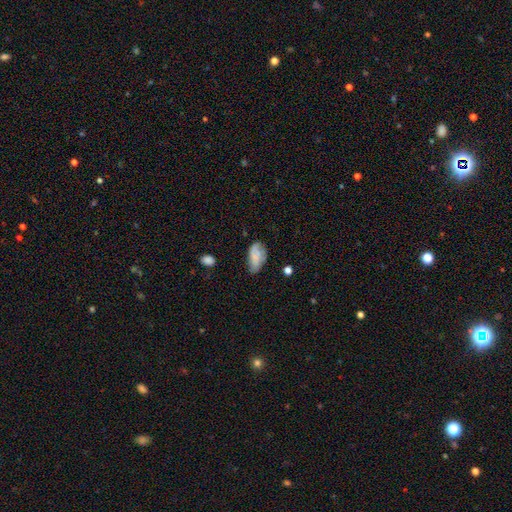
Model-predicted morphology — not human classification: Overall: smooth (75%). How rounded: in between (93%). Merging: none (52%; minor disturbance 35%).